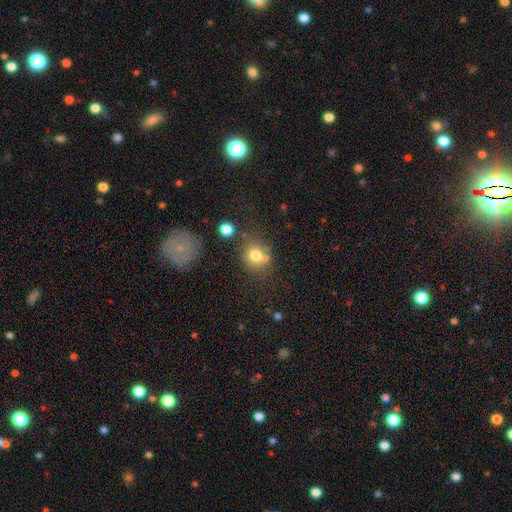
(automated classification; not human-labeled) Q: Smooth or featured?
A: smooth (74%); runner-up: star or artifact (13%)
Q: How rounded?
A: round (77%); runner-up: in between (22%)
Q: Merging?
A: none (62%); runner-up: merger (19%)